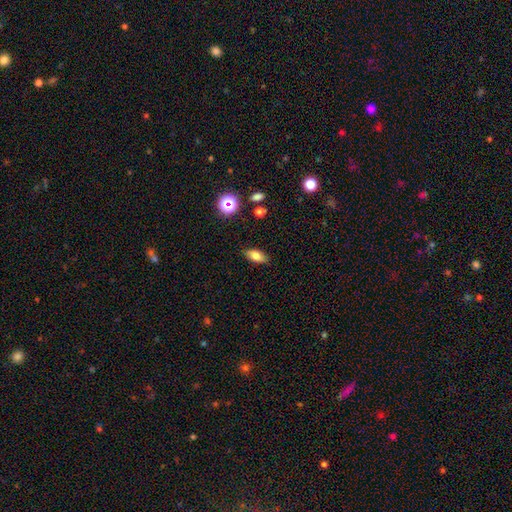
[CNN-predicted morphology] smooth_or_featured: smooth (p=0.76) [alt: featured or disk p=0.13]
how_rounded: in between (p=0.85) [alt: cigar-shaped p=0.10]
merging: none (p=0.86) [alt: minor disturbance p=0.10]